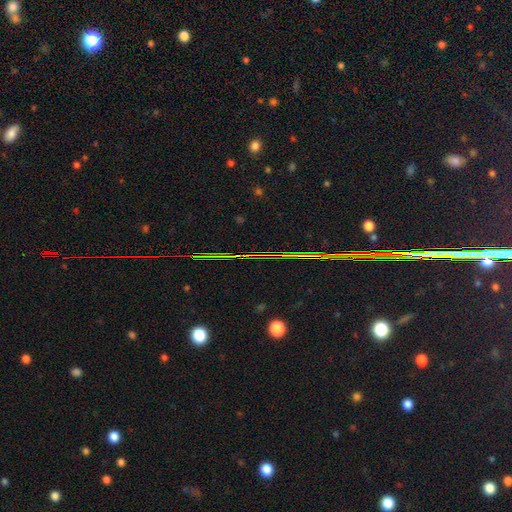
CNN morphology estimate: The model was most divided on "smooth or featured": star or artifact: 85%, featured or disk: 8%, smooth: 7%.